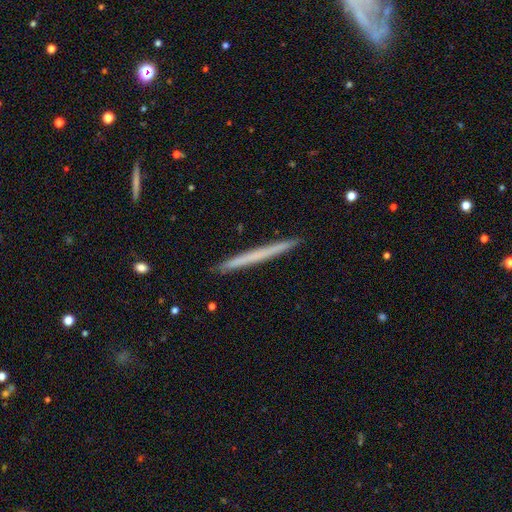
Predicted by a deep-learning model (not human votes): This is possibly a smooth galaxy (53%). How rounded: clearly cigar-shaped (98%). Merging: clearly none (92%).